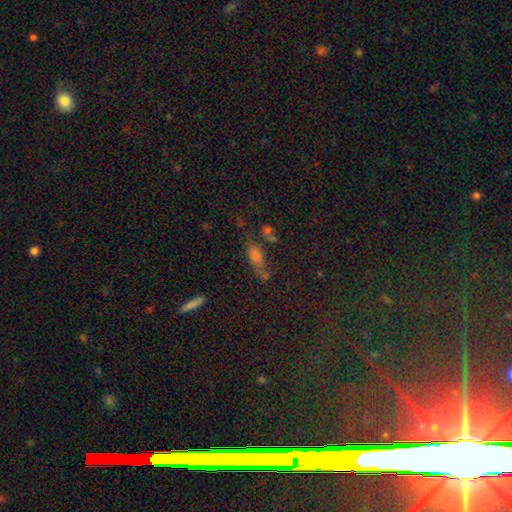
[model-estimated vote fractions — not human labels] This is possibly a smooth galaxy (54%). How rounded: possibly in between (51%). Merging: possibly none (51%).